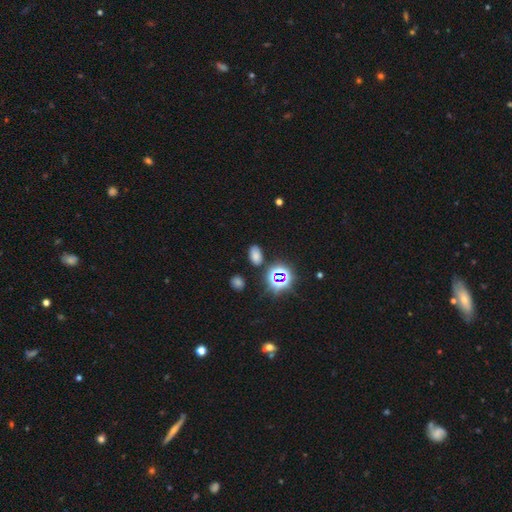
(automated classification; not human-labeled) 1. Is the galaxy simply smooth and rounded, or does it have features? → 65% smooth, 28% star or artifact, 7% featured or disk.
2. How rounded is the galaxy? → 88% in between, 10% round, 2% cigar-shaped.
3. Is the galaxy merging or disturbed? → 82% none, 11% minor disturbance, 4% merger, 3% major disturbance.